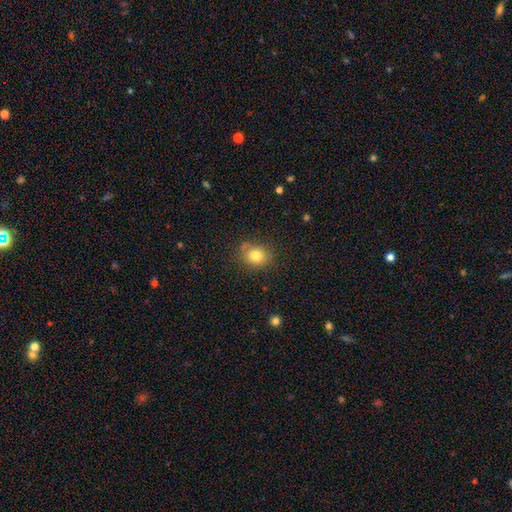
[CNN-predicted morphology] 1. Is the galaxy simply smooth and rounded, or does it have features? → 80% smooth, 11% star or artifact, 9% featured or disk.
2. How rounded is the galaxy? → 67% round, 32% in between, 1% cigar-shaped.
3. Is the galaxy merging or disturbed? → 77% none, 15% minor disturbance, 5% merger, 4% major disturbance.